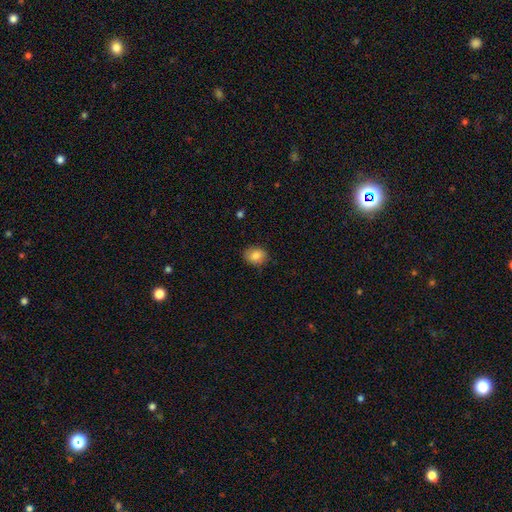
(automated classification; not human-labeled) Overall: smooth (83%). How rounded: in between (53%; round 46%). Merging: none (83%).